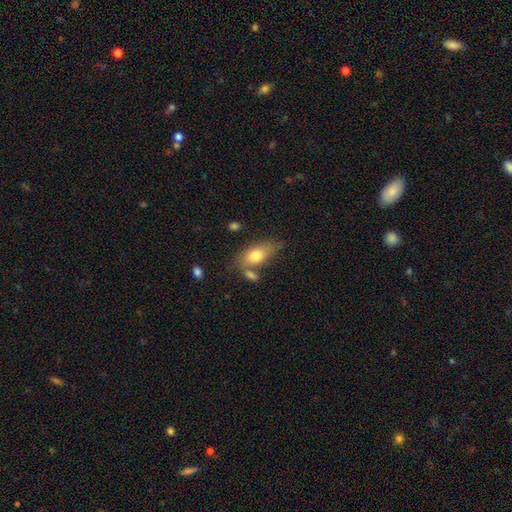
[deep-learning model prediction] smooth 75%, featured or disk 18%, star or artifact 7%. Down the decision tree: how rounded — in between (84%); merging — none (54%).